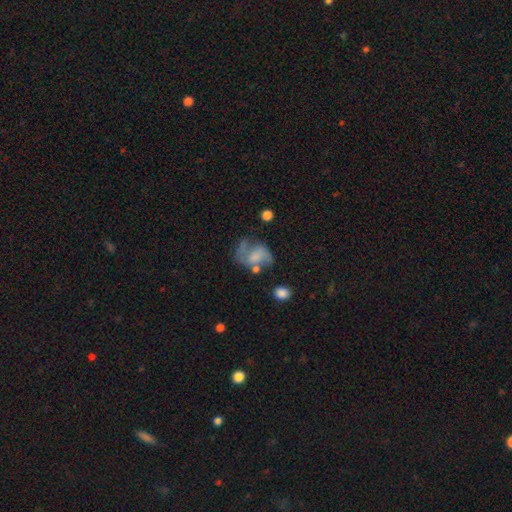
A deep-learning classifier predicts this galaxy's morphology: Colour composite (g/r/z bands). It shows a featured or disk galaxy (56%) with no bar (54%), spiral arms (74%) and no central bulge (40%). Merging: none (39%).